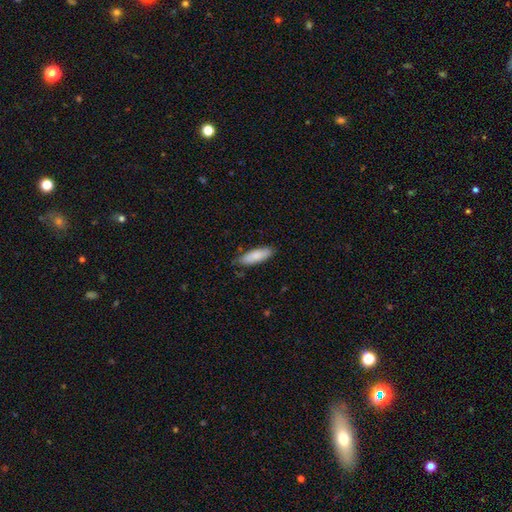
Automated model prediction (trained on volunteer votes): Overall: smooth (82%). How rounded: in between (64%; cigar-shaped 34%). Merging: none (80%).